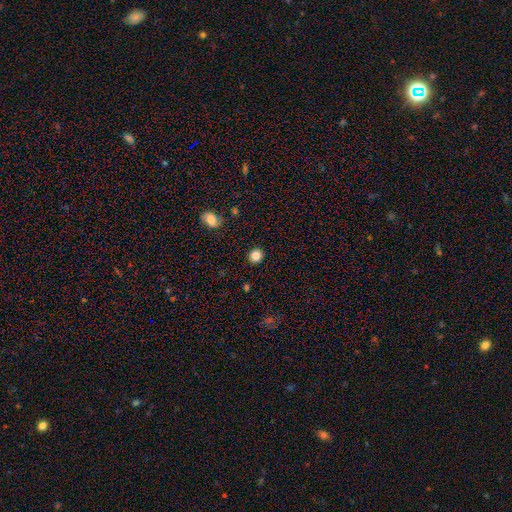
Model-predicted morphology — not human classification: smooth 85%, star or artifact 10%, featured or disk 5%. Down the decision tree: how rounded — round (87%); merging — none (91%).